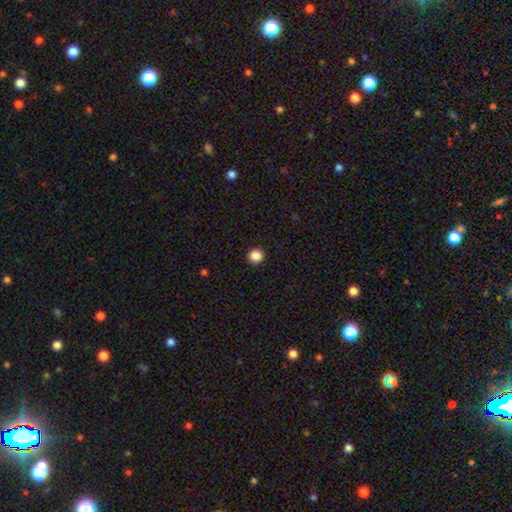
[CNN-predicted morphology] This appears to be a smooth galaxy with no disk features (87%) that is round (96%). Merging: none (93%).